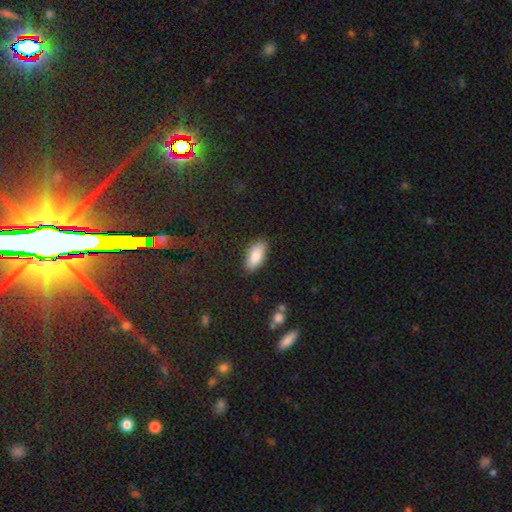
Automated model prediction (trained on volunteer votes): smooth 86%, featured or disk 8%, star or artifact 6%. Down the decision tree: how rounded — in between (87%); merging — none (85%).